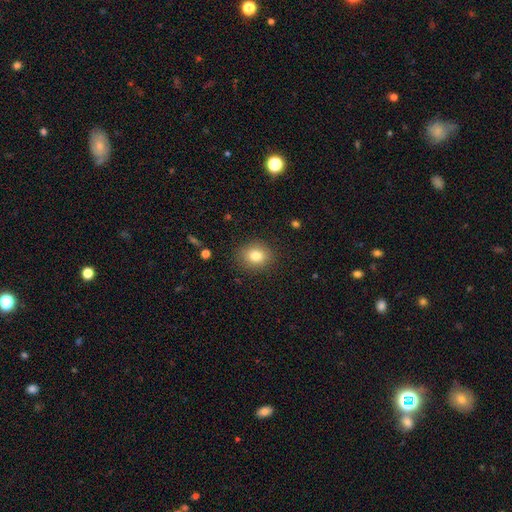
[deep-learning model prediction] Overall: smooth (81%). How rounded: round (64%; in between 35%). Merging: none (87%).